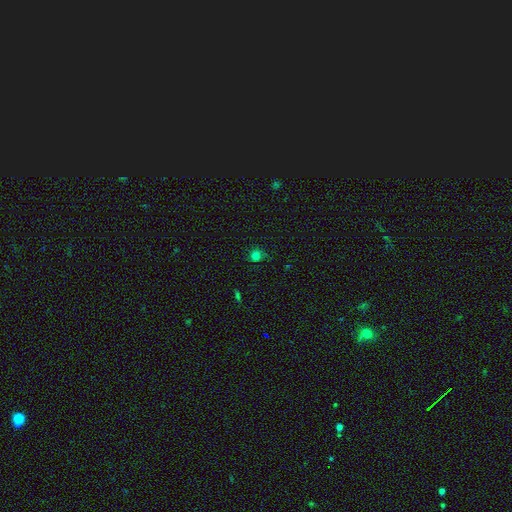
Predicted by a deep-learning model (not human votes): Smooth or featured? smooth (73%)
How rounded? round (84%)
Merging? none (69%)